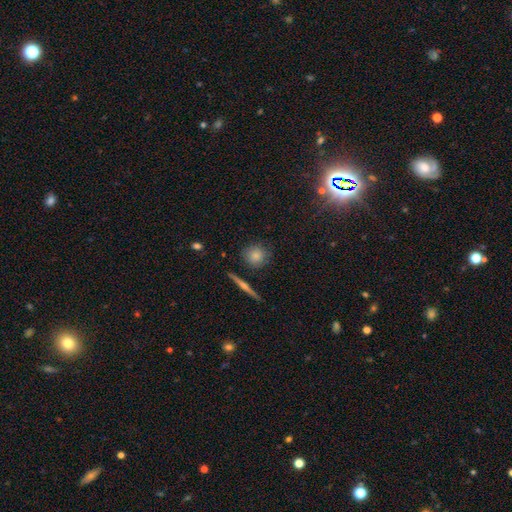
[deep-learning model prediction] Q: Smooth or featured?
A: smooth (77%); runner-up: featured or disk (13%)
Q: How rounded?
A: round (88%); runner-up: in between (9%)
Q: Merging?
A: none (83%); runner-up: minor disturbance (10%)